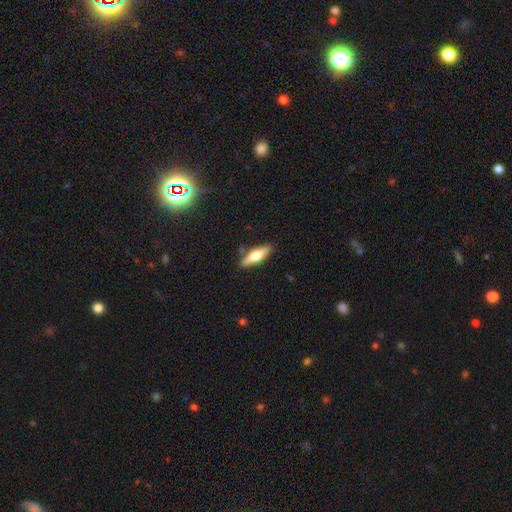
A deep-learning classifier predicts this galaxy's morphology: Smooth or featured?
  - featured or disk: 52% *
  - smooth: 42%
  - star or artifact: 6%
Edge-on disk?
  - yes: 94% *
  - no: 6%
Merging?
  - none: 86% *
  - minor disturbance: 9%
  - merger: 2%
  - major disturbance: 2%